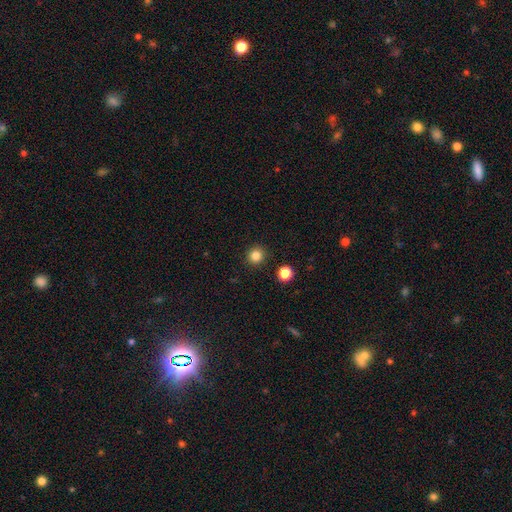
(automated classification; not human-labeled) Q: Smooth or featured?
A: smooth (84%); runner-up: star or artifact (12%)
Q: How rounded?
A: round (93%); runner-up: in between (6%)
Q: Merging?
A: none (91%); runner-up: minor disturbance (5%)